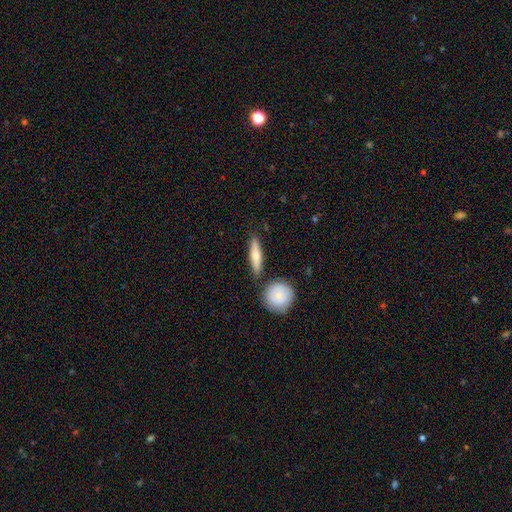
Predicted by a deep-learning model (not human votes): Morphology: type=smooth (60%); roundness=cigar-shaped (70%); merging=none (80%).